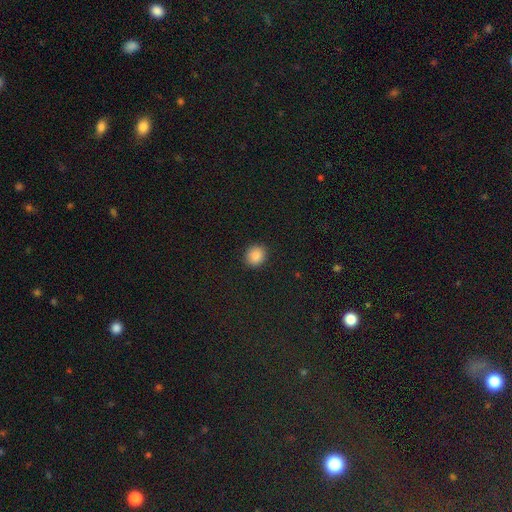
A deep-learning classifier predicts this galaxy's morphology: Overall: smooth (86%). How rounded: round (78%). Merging: none (90%).